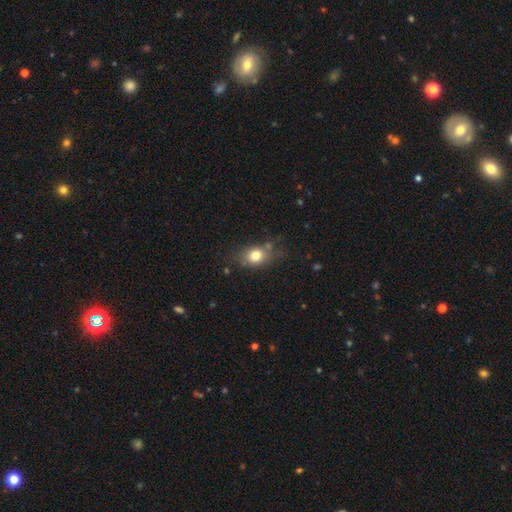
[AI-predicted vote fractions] The model was most divided on "how rounded": in between: 58%, round: 40%, cigar-shaped: 2%. More confident: smooth or featured — smooth (78%); merging — none (66%).